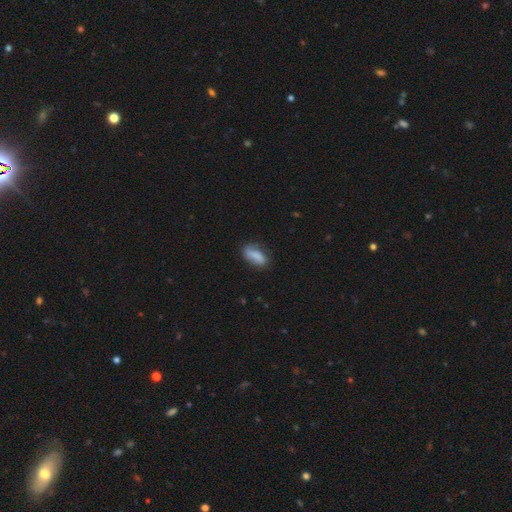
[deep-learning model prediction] This is likely a smooth galaxy (76%). How rounded: clearly in between (80%). Merging: likely none (66%).